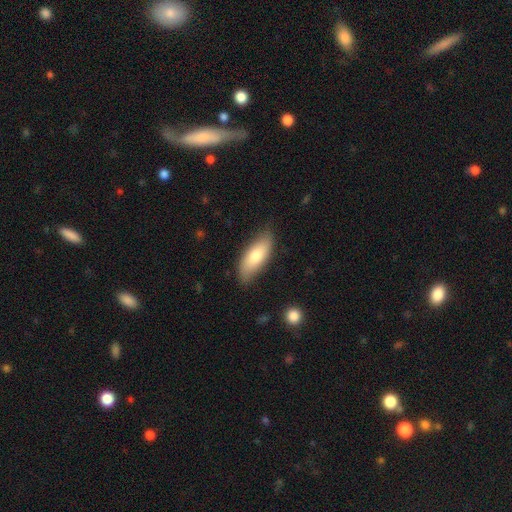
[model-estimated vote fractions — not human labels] smooth 74%, featured or disk 20%, star or artifact 6%. Down the decision tree: how rounded — in between (76%); merging — none (78%).